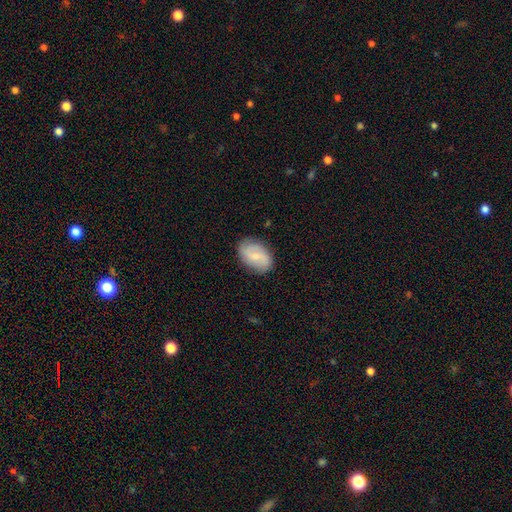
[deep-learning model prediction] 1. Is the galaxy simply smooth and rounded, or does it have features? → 52% featured or disk, 41% smooth, 7% star or artifact.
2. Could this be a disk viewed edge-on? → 96% no, 4% yes.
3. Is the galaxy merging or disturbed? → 82% none, 14% minor disturbance, 3% major disturbance, 1% merger.